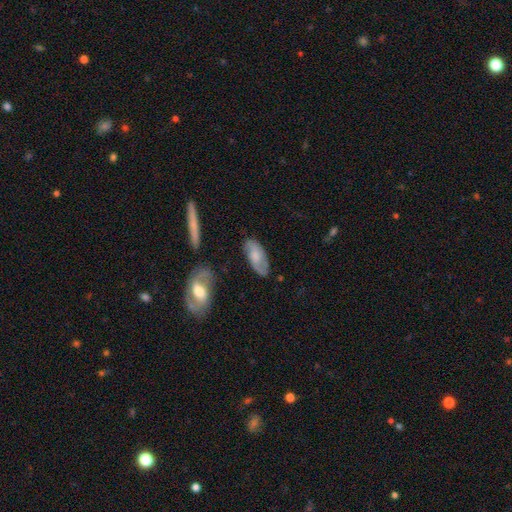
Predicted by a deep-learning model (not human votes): smooth-or-featured: featured or disk: 51% | smooth: 42% | star or artifact: 6%
  disk-edge-on: no: 89% | yes: 11%
  merging: none: 75% | minor disturbance: 17% | major disturbance: 5% | merger: 3%